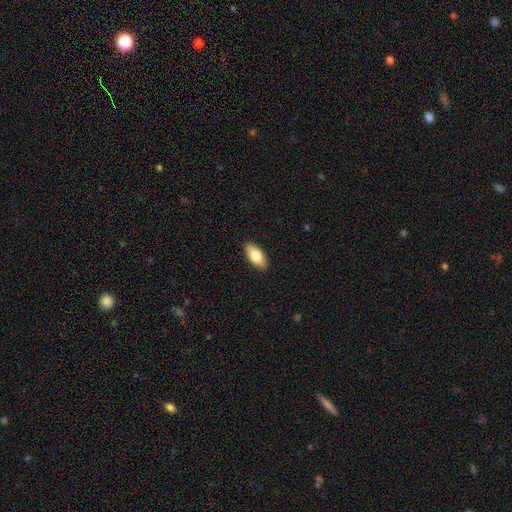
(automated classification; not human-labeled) A smooth galaxy with no disk features (80%) that is in between round and cigar-shaped (89%).

Vote fractions:
- Smooth or featured? smooth: 80% / featured or disk: 14% / star or artifact: 6%
- How rounded? in between: 89% / cigar-shaped: 8% / round: 3%
- Merging? none: 89% / minor disturbance: 8% / major disturbance: 2% / merger: 1%